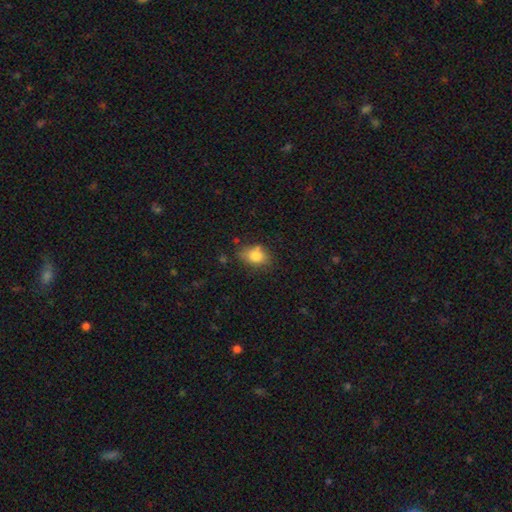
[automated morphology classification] A smooth galaxy with no disk features (81%) that is in between round and cigar-shaped (72%).

Vote fractions:
- Smooth or featured? smooth: 81% / featured or disk: 10% / star or artifact: 9%
- How rounded? in between: 72% / round: 27% / cigar-shaped: 1%
- Merging? none: 63% / minor disturbance: 24% / merger: 7% / major disturbance: 6%